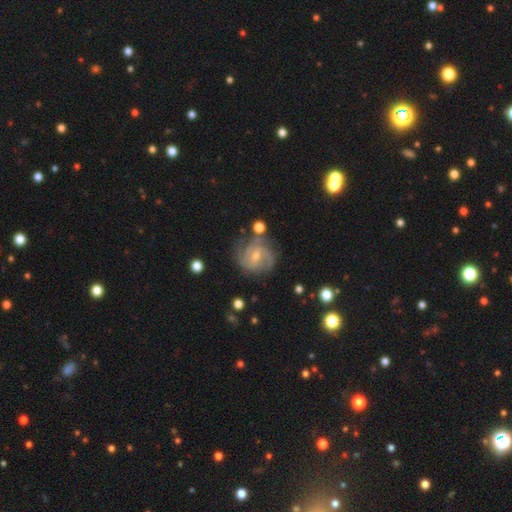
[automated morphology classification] Overall: featured or disk (83%). Edge-on disk: no (98%). Bar: weak (51%; no 36%). Spiral arms: yes (96%). Spiral arm count: 2 (31%; 3 29%). Spiral winding: tight (49%; medium 40%). Bulge size: small (57%; moderate 39%). Merging: none (73%).